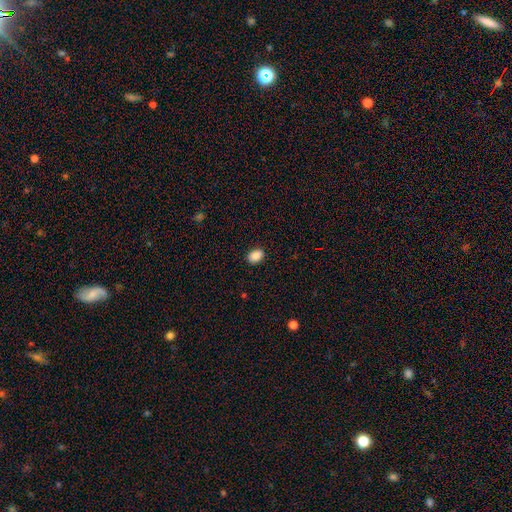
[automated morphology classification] smooth 87%, star or artifact 8%, featured or disk 4%. Down the decision tree: how rounded — in between (72%); merging — none (89%).